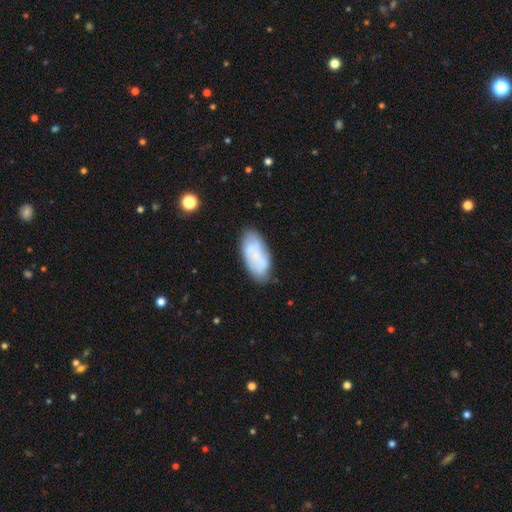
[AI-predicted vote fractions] This appears to be a smooth galaxy with no disk features (61%) that is in between round and cigar-shaped (91%). Merging: none (72%).